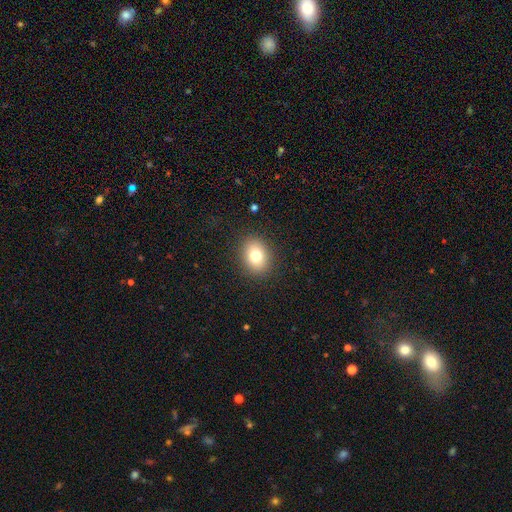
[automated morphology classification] smooth 78%, featured or disk 11%, star or artifact 11%. Down the decision tree: how rounded — round (50%); merging — none (88%).